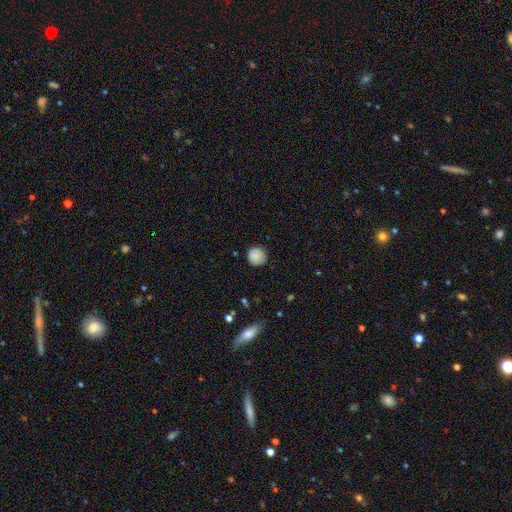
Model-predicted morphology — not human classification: A smooth galaxy with no disk features (87%) that is round (93%). Merging: none (87%).